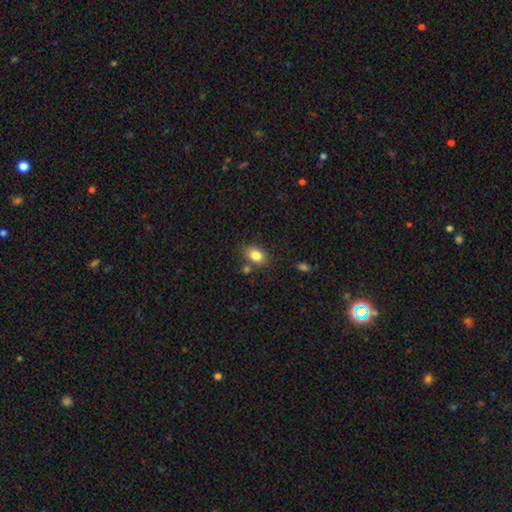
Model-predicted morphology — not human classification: smooth-or-featured: smooth: 83% | star or artifact: 9% | featured or disk: 9%
  how-rounded: in between: 82% | round: 17% | cigar-shaped: 1%
  merging: none: 76% | minor disturbance: 13% | merger: 8% | major disturbance: 3%